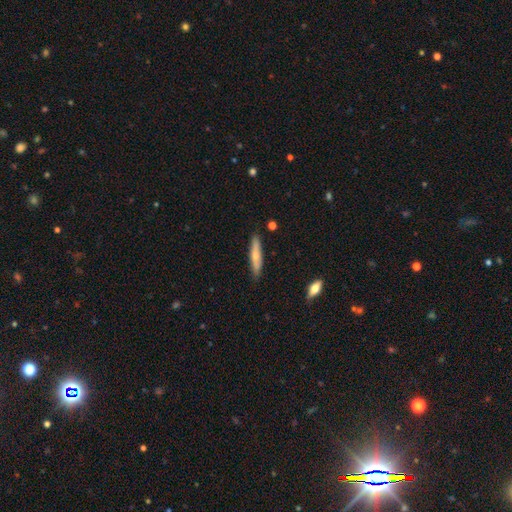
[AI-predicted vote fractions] This appears to be a smooth galaxy with no disk features (60%) that is cigar-shaped (83%). Merging: none (85%).